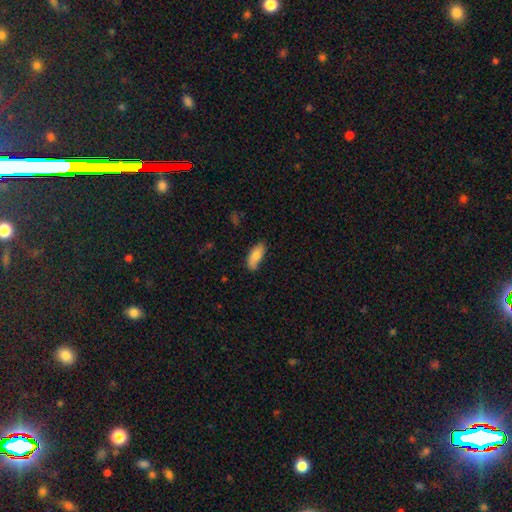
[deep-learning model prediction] Overall: smooth (80%). How rounded: in between (85%). Merging: none (72%).